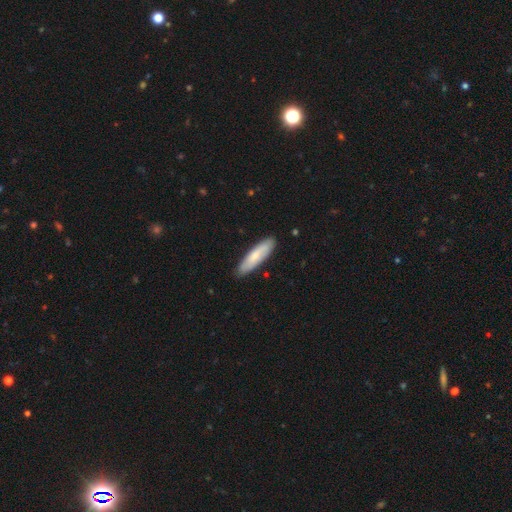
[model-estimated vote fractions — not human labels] Smooth or featured: smooth — 74% (featured or disk — 21%)
How rounded: cigar-shaped — 68% (in between — 30%)
Merging: none — 87% (minor disturbance — 10%)